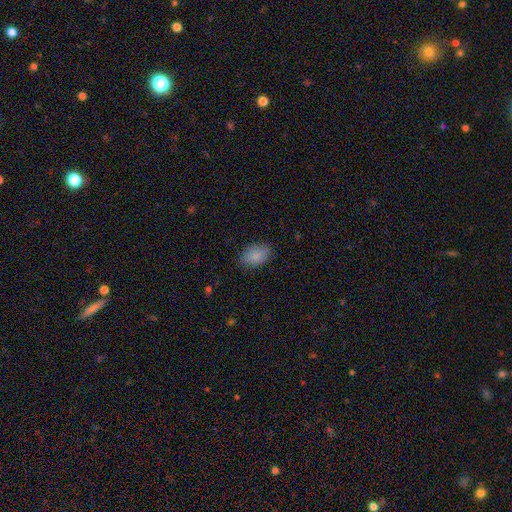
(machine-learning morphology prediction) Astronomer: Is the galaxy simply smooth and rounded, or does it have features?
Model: smooth — 87%.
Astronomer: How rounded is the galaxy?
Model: in between — 86%.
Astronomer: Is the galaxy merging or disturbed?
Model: none — 83%.